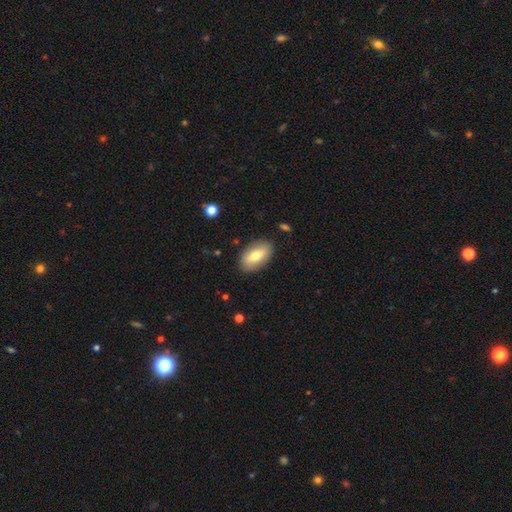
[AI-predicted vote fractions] Smooth or featured? smooth (68%)
How rounded? in between (91%)
Merging? none (86%)